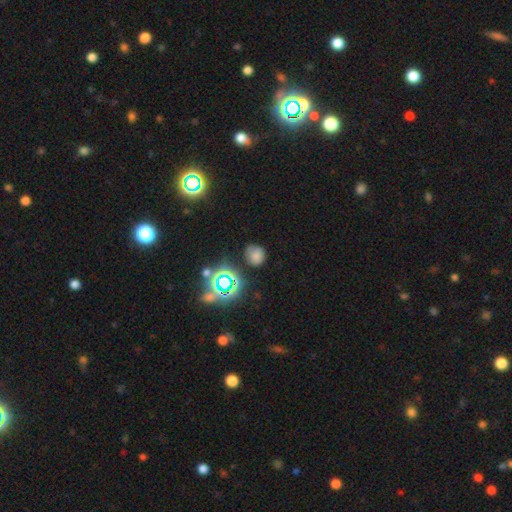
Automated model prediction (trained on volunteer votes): Smooth or featured? smooth (66%)
How rounded? round (74%)
Merging? none (68%)